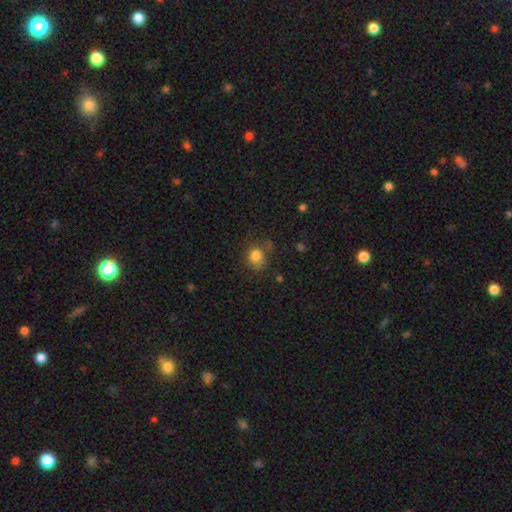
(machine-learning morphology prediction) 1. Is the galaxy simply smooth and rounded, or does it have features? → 81% smooth, 11% star or artifact, 7% featured or disk.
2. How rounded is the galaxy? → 69% round, 30% in between, 1% cigar-shaped.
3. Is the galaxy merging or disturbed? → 59% none, 24% minor disturbance, 11% major disturbance, 6% merger.